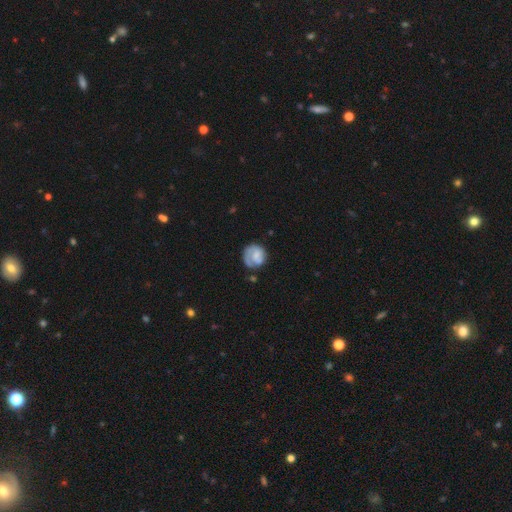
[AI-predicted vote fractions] A smooth galaxy with no disk features (51%) that is round (82%).

Vote fractions:
- Smooth or featured? smooth: 51% / featured or disk: 42% / star or artifact: 7%
- How rounded? round: 82% / in between: 17% / cigar-shaped: 1%
- Merging? none: 60% / minor disturbance: 22% / major disturbance: 15% / merger: 3%